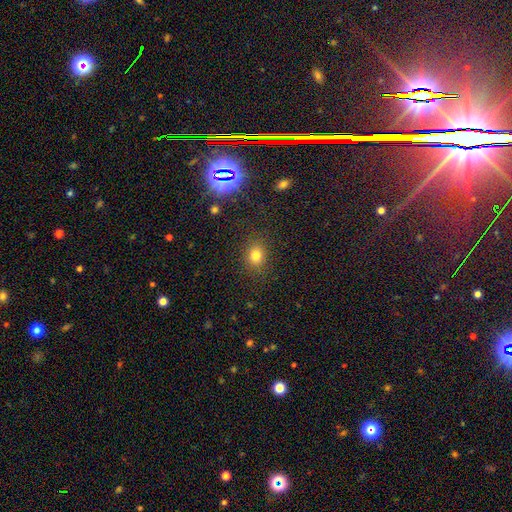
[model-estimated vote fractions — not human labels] Smooth or featured?
  - smooth: 77% *
  - star or artifact: 16%
  - featured or disk: 7%
How rounded?
  - round: 59% *
  - in between: 40%
  - cigar-shaped: 1%
Merging?
  - none: 85% *
  - minor disturbance: 10%
  - major disturbance: 4%
  - merger: 2%